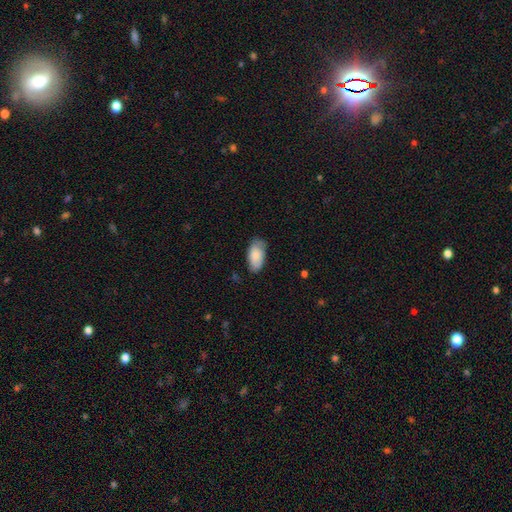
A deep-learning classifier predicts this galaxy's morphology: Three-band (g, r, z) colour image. It shows a smooth galaxy with no disk features (84%) that is in between round and cigar-shaped (94%). Merging: none (72%).